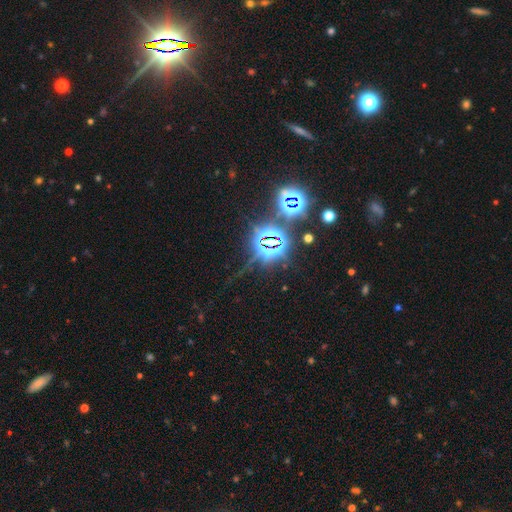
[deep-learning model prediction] Smooth or featured? star or artifact (82%)